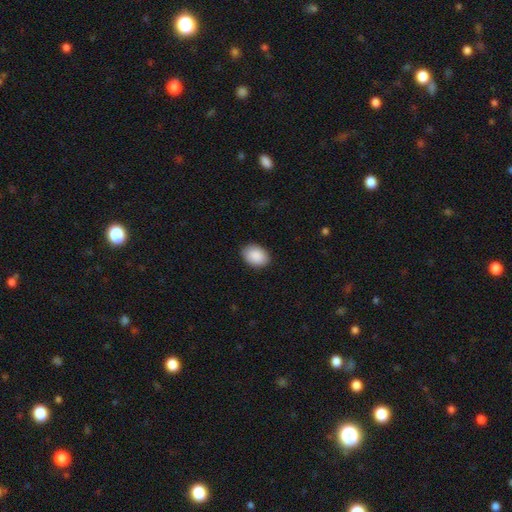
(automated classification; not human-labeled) smooth_or_featured: smooth (p=0.91) [alt: star or artifact p=0.06]
how_rounded: in between (p=0.78) [alt: round p=0.21]
merging: none (p=0.89) [alt: minor disturbance p=0.09]